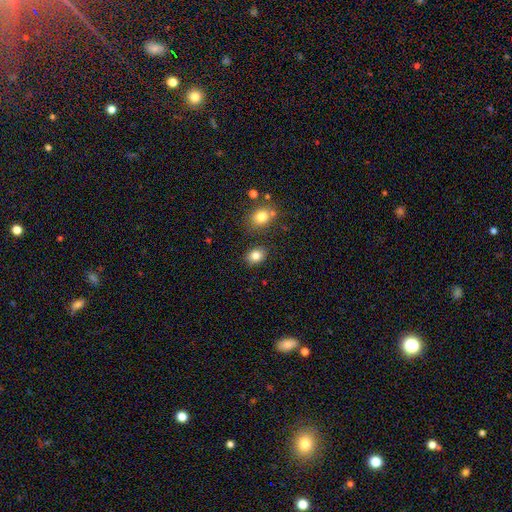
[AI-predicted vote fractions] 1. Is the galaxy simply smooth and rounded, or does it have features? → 83% smooth, 10% star or artifact, 7% featured or disk.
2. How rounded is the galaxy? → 57% in between, 42% round, 1% cigar-shaped.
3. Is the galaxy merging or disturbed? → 82% none, 10% minor disturbance, 4% merger, 3% major disturbance.